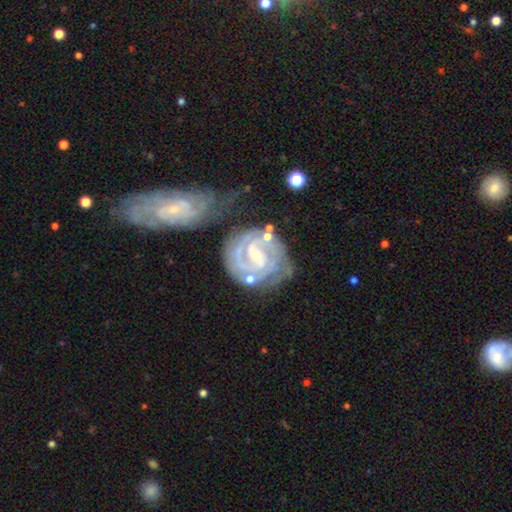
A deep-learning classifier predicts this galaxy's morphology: Q: Smooth or featured?
A: featured or disk (89%); runner-up: smooth (6%)
Q: Edge-on disk?
A: no (98%); runner-up: yes (2%)
Q: Bar?
A: weak (46%); runner-up: no (30%)
Q: Spiral arms?
A: yes (97%); runner-up: no (3%)
Q: Spiral winding?
A: tight (72%); runner-up: medium (23%)
Q: Spiral arm count?
A: 2 (60%); runner-up: can't tell (15%)
Q: Bulge size?
A: small (72%); runner-up: moderate (19%)
Q: Merging?
A: none (45%); runner-up: merger (23%)